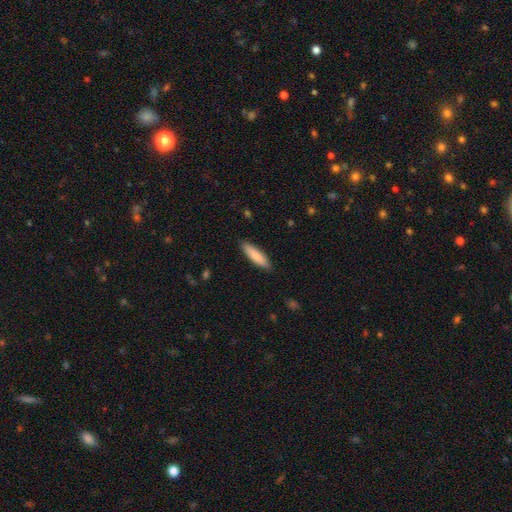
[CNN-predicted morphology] smooth-or-featured: smooth: 83% | featured or disk: 12% | star or artifact: 5%
  how-rounded: cigar-shaped: 69% | in between: 29% | round: 1%
  merging: none: 88% | minor disturbance: 9% | major disturbance: 2% | merger: 1%